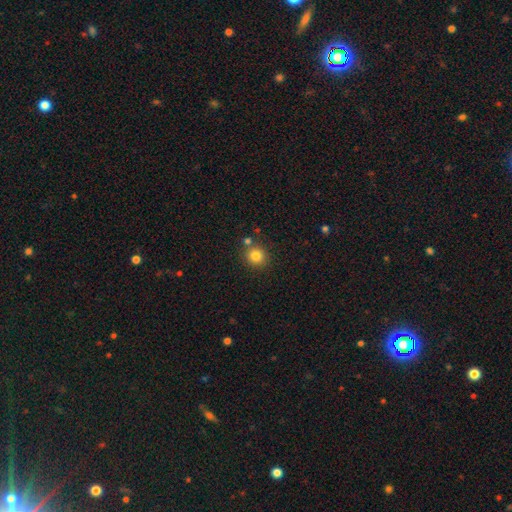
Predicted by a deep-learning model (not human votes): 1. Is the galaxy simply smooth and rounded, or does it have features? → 83% smooth, 11% star or artifact, 6% featured or disk.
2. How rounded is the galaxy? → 89% round, 10% in between, 1% cigar-shaped.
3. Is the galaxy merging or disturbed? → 78% none, 11% merger, 8% minor disturbance, 2% major disturbance.